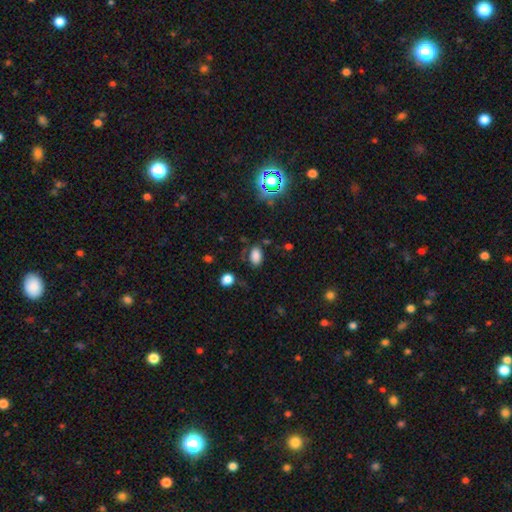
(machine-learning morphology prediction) type=smooth (79%); roundness=in between (89%); merging=none (69%).